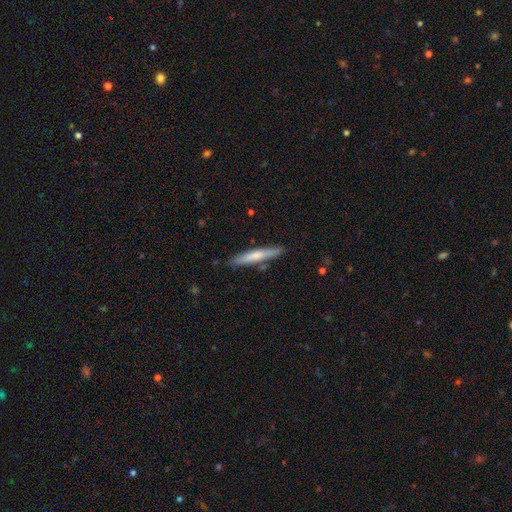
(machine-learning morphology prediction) smooth_or_featured: smooth (p=0.62) [alt: featured or disk p=0.33]
how_rounded: cigar-shaped (p=0.94) [alt: in between p=0.05]
merging: none (p=0.85) [alt: minor disturbance p=0.10]